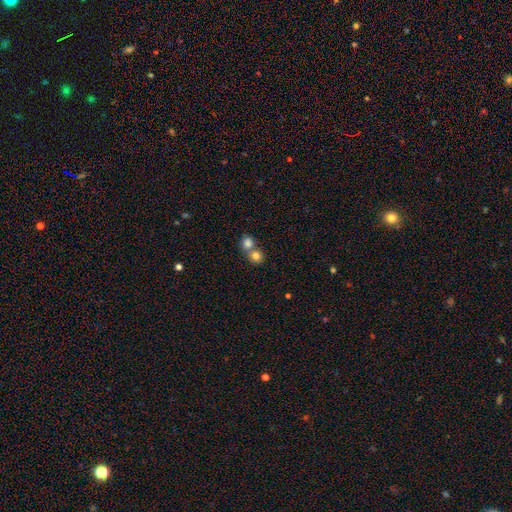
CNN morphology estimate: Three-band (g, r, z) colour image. It shows a smooth galaxy with no disk features (80%) that is round (82%). Merging: merger (55%).